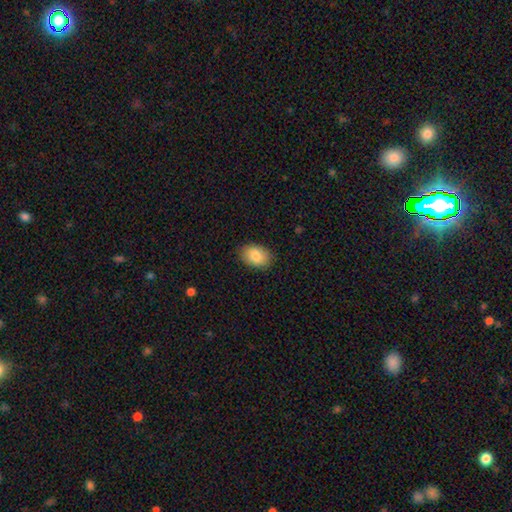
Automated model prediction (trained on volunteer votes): This appears to be a smooth galaxy with no disk features (85%) that is in between round and cigar-shaped (82%). Merging: none (87%).